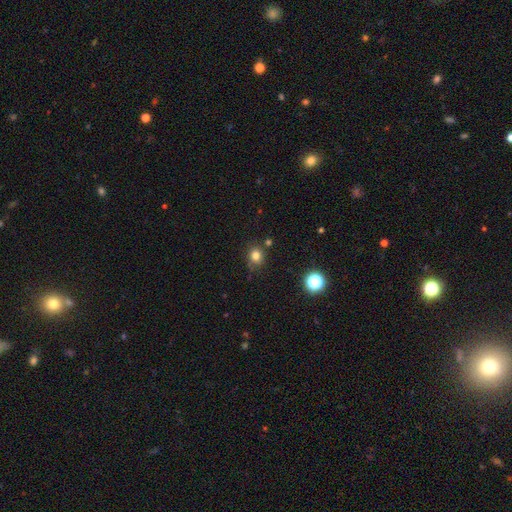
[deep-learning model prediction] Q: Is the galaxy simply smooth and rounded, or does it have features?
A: smooth — 79%.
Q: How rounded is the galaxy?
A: round — 79%.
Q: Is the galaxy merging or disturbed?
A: none — 75%.